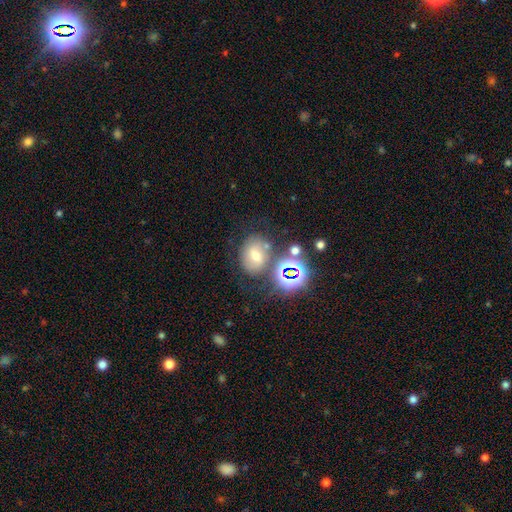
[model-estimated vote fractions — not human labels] A smooth galaxy with no disk features (53%) that is round (56%).

Vote fractions:
- Smooth or featured? smooth: 53% / star or artifact: 26% / featured or disk: 22%
- How rounded? round: 56% / in between: 43% / cigar-shaped: 1%
- Merging? none: 64% / minor disturbance: 15% / merger: 14% / major disturbance: 7%